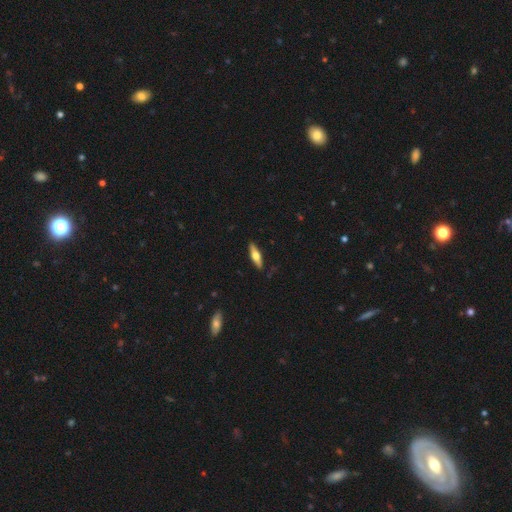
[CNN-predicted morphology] Smooth or featured: smooth — 48% (featured or disk — 46%)
Merging: none — 88% (minor disturbance — 9%)